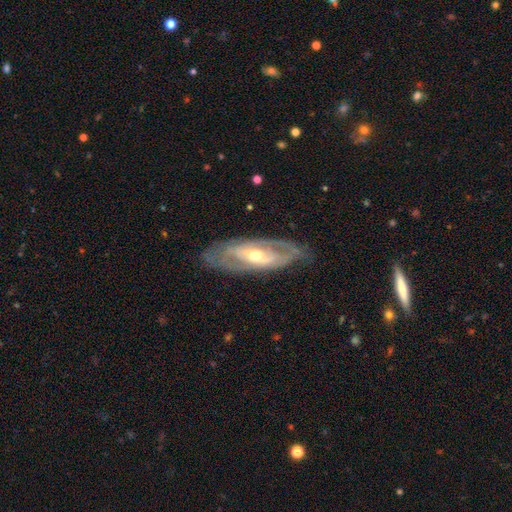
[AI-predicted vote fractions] Smooth or featured: featured or disk — 78% (smooth — 17%)
Edge-on disk: no — 84% (yes — 16%)
Bar: no — 44% (weak — 33%)
Spiral arms: yes — 67% (no — 33%)
Bulge size: moderate — 58% (small — 36%)
Merging: none — 77% (minor disturbance — 15%)